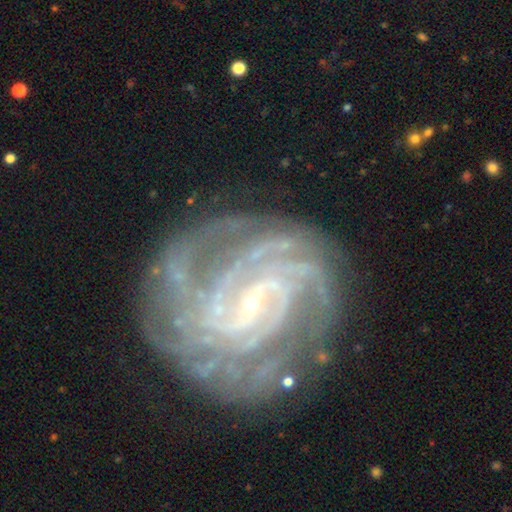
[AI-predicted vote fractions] Smooth or featured? Predicted: featured or disk (p=0.91). Edge-on disk? Predicted: no (p=0.98). Bar? Predicted: weak (p=0.46). Spiral arms? Predicted: yes (p=0.98). Spiral winding? Predicted: tight (p=0.62). Spiral arm count? Predicted: 4 (p=0.25). Bulge size? Predicted: small (p=0.87). Merging? Predicted: none (p=0.74).